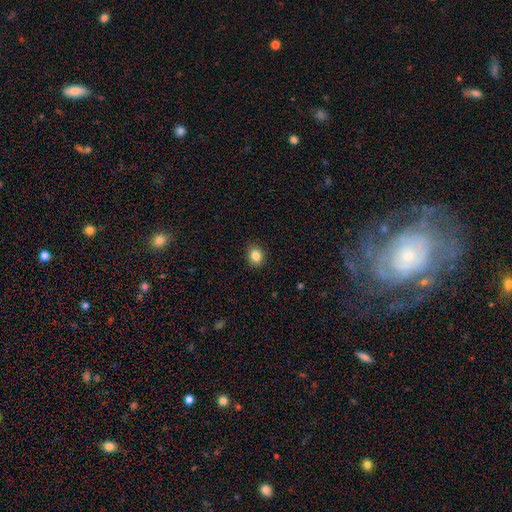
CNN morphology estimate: smooth-or-featured: smooth: 84% | star or artifact: 10% | featured or disk: 5%
  how-rounded: round: 62% | in between: 38% | cigar-shaped: 1%
  merging: none: 89% | minor disturbance: 8% | major disturbance: 2% | merger: 1%